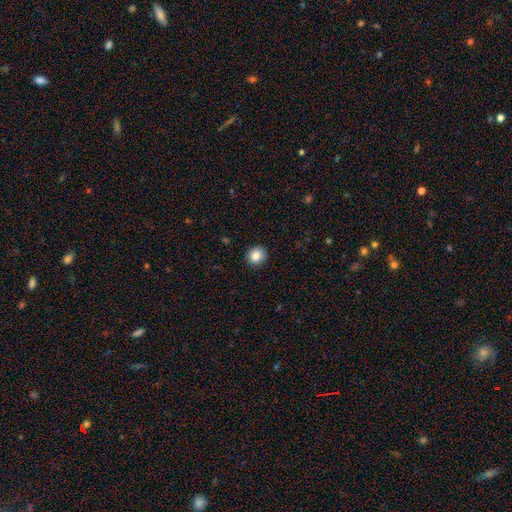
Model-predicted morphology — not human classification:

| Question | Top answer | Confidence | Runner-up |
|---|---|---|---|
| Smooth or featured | smooth | 86% | star or artifact (9%) |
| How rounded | round | 85% | in between (14%) |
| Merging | none | 91% | minor disturbance (6%) |